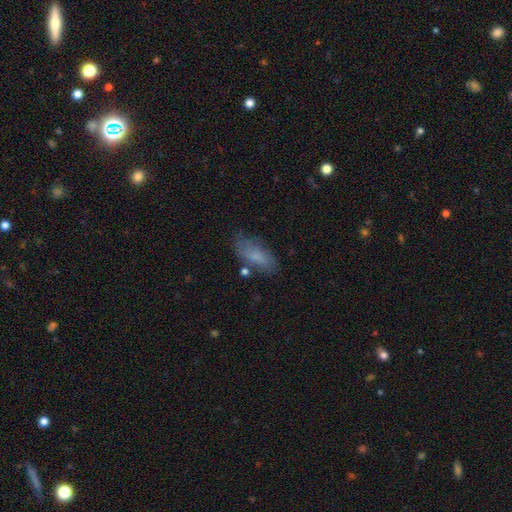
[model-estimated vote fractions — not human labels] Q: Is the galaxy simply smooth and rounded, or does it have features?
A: smooth — 71%.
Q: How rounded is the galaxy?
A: in between — 80%.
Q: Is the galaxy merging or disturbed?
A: none — 66%.